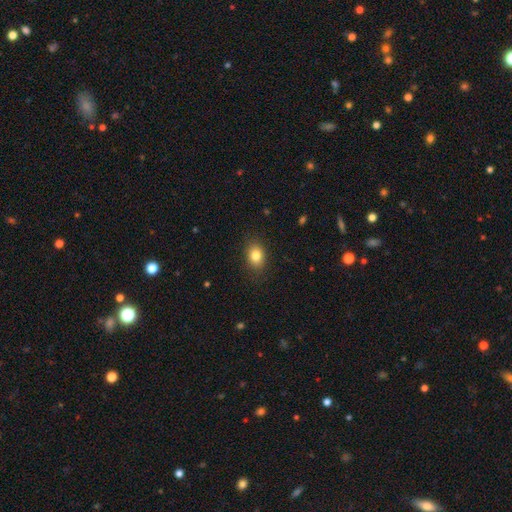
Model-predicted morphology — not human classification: Smooth or featured: smooth — 83% (star or artifact — 10%)
How rounded: in between — 68% (round — 30%)
Merging: none — 86% (minor disturbance — 10%)